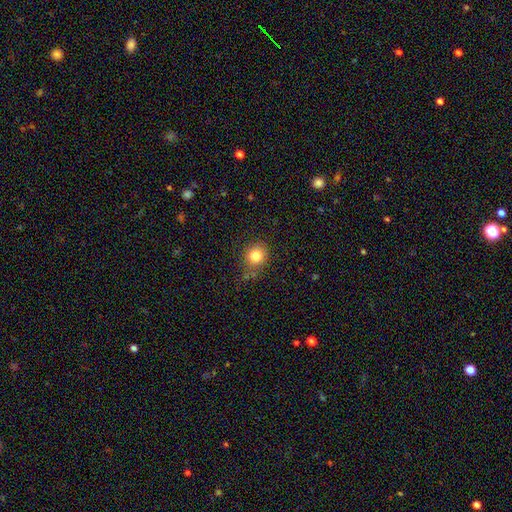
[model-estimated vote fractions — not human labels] This appears to be a smooth galaxy with no disk features (82%) that is round (79%). Merging: none (78%).